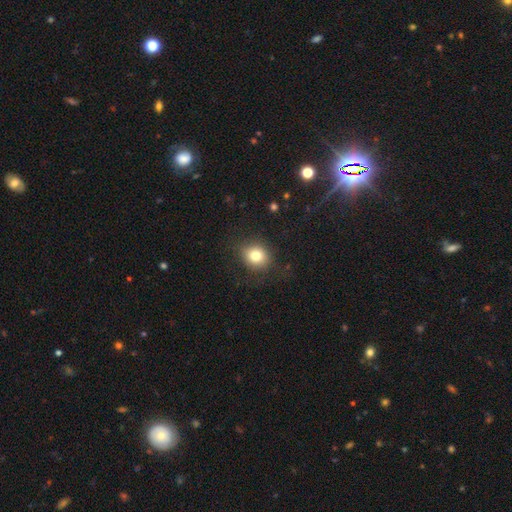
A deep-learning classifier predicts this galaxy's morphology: This is likely a smooth galaxy (79%). How rounded: likely round (76%). Merging: clearly none (83%).